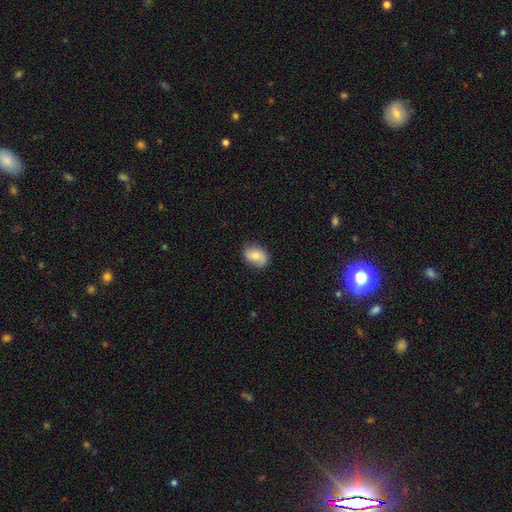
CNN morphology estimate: Smooth or featured?
  - smooth: 71% *
  - featured or disk: 21%
  - star or artifact: 8%
How rounded?
  - in between: 78% *
  - round: 21%
  - cigar-shaped: 1%
Merging?
  - none: 78% *
  - minor disturbance: 17%
  - major disturbance: 3%
  - merger: 1%